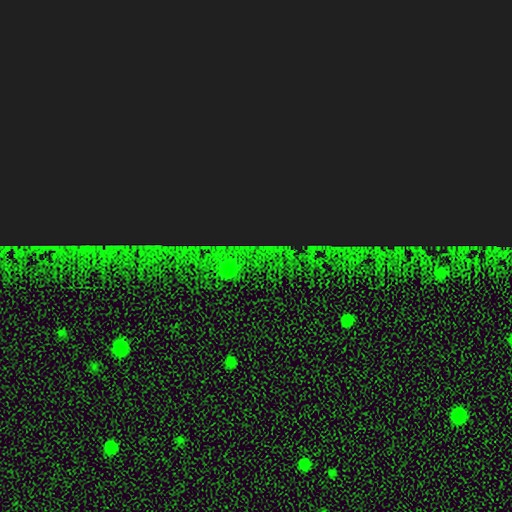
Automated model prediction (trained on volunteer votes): Q: Smooth or featured?
A: star or artifact (78%); runner-up: smooth (12%)